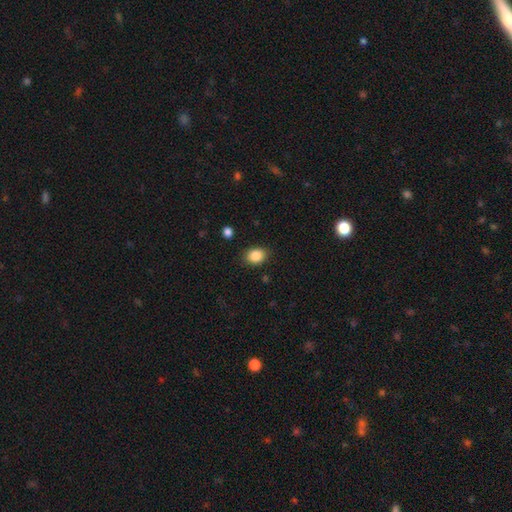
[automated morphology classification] A smooth galaxy with no disk features (87%) that is in between round and cigar-shaped (61%). Merging: none (85%).